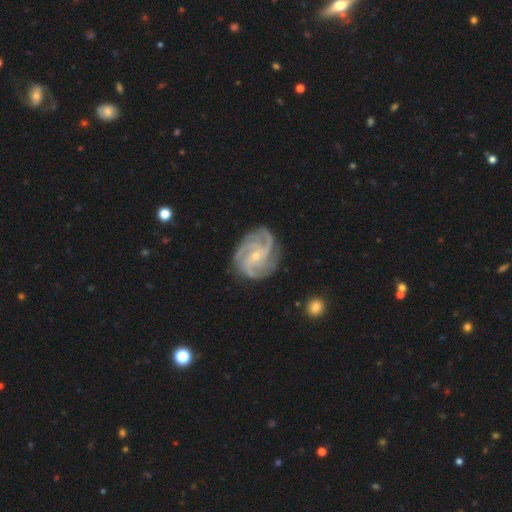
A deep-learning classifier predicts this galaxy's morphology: A featured or disk galaxy (91%) with no bar (52%), 4 (38%) tight (49%) spiral arms (98%) and a small central bulge (73%).

Vote fractions:
- Smooth or featured? featured or disk: 91% / star or artifact: 5% / smooth: 4%
- Edge-on disk? no: 98% / yes: 2%
- Bar? no: 52% / weak: 37% / strong: 11%
- Spiral arms? yes: 98% / no: 2%
- Spiral winding? tight: 49% / medium: 43% / loose: 8%
- Spiral arm count? 4: 38% / 3: 32% / can't tell: 9% / 2: 8% / more than 4: 7% / 1: 6%
- Bulge size? small: 73% / moderate: 23% / none: 2% / large: 1% / dominant: 1%
- Merging? none: 77% / minor disturbance: 16% / major disturbance: 5% / merger: 1%